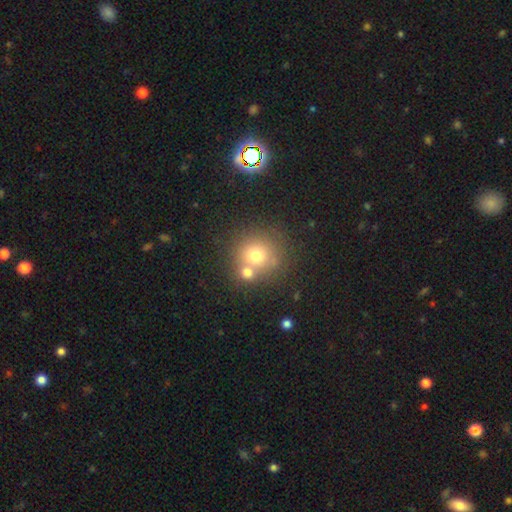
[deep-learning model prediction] Smooth or featured?
  - smooth: 70% *
  - featured or disk: 16%
  - star or artifact: 14%
How rounded?
  - round: 89% *
  - in between: 10%
  - cigar-shaped: 1%
Merging?
  - none: 54% *
  - merger: 33%
  - minor disturbance: 9%
  - major disturbance: 4%